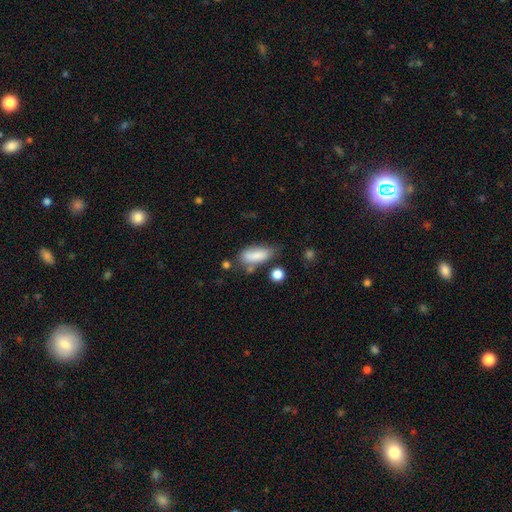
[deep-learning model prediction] Smooth or featured? Predicted: smooth (p=0.78). How rounded? Predicted: in between (p=0.80). Merging? Predicted: none (p=0.49).